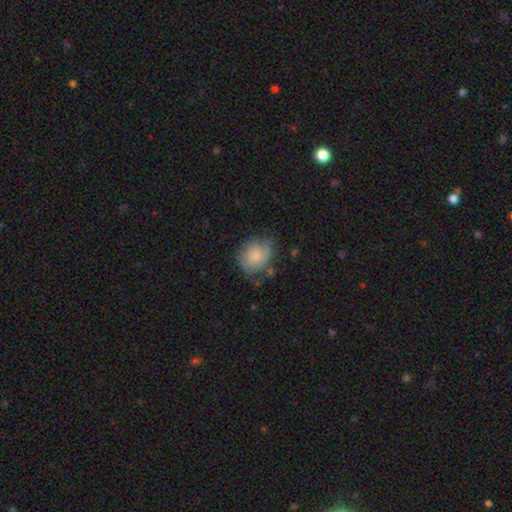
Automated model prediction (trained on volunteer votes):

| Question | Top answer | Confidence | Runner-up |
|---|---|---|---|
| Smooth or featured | smooth | 69% | featured or disk (24%) |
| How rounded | round | 73% | in between (26%) |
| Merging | none | 55% | minor disturbance (30%) |